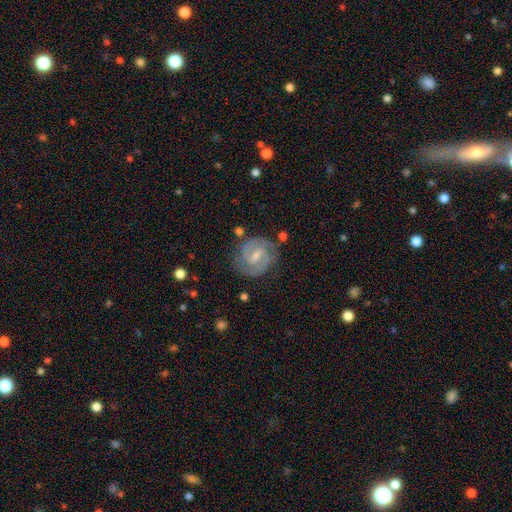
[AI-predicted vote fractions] featured or disk 87%, smooth 8%, star or artifact 5%. Down the decision tree: edge-on disk — no (98%); bar — weak (57%); spiral arms — yes (97%); spiral arm count — 2 (82%); spiral winding — tight (54%); bulge size — small (56%); merging — none (78%).